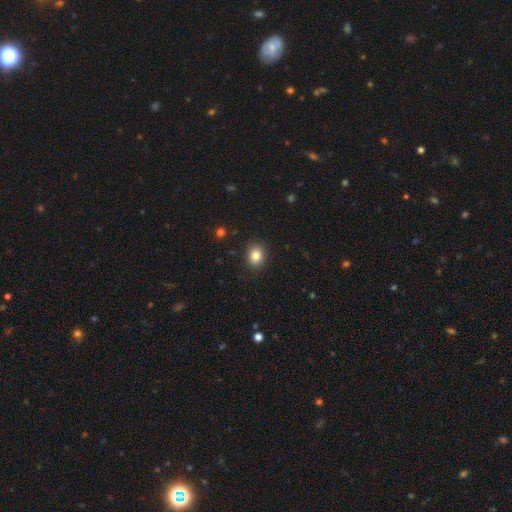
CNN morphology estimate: This appears to be a smooth galaxy with no disk features (83%) that is round (56%). Merging: none (89%).